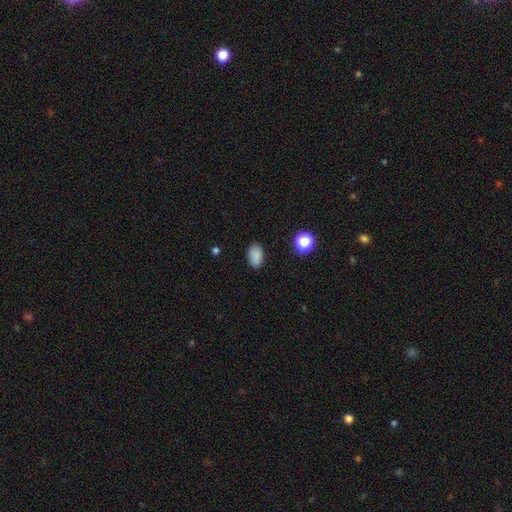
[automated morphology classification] type=smooth (86%); roundness=in between (90%); merging=none (86%).